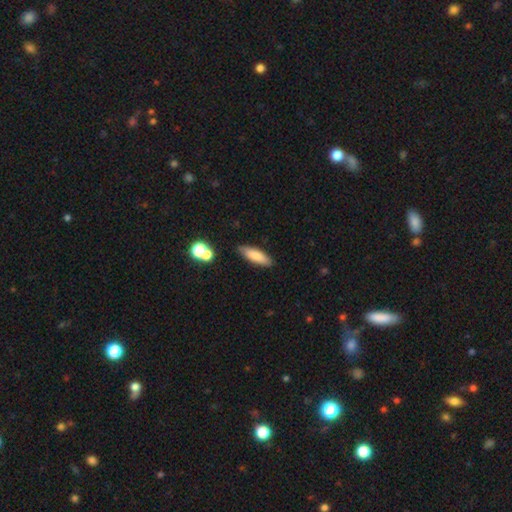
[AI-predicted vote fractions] A smooth galaxy with no disk features (81%) that is cigar-shaped (55%).

Vote fractions:
- Smooth or featured? smooth: 81% / featured or disk: 12% / star or artifact: 7%
- How rounded? cigar-shaped: 55% / in between: 43% / round: 2%
- Merging? none: 86% / minor disturbance: 10% / merger: 2% / major disturbance: 2%